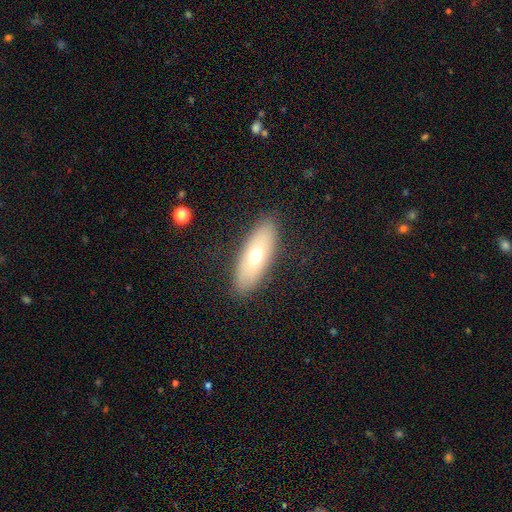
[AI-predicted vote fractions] A smooth galaxy with no disk features (61%) that is in between round and cigar-shaped (71%).

Vote fractions:
- Smooth or featured? smooth: 61% / featured or disk: 31% / star or artifact: 7%
- How rounded? in between: 71% / cigar-shaped: 26% / round: 3%
- Merging? none: 87% / minor disturbance: 9% / major disturbance: 3% / merger: 1%